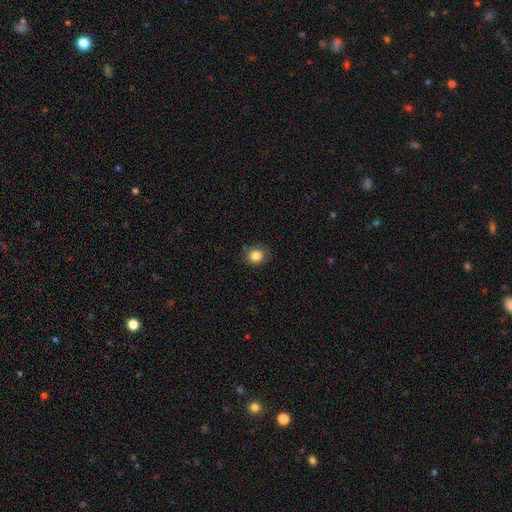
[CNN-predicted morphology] smooth_or_featured: smooth (p=0.85) [alt: star or artifact p=0.11]
how_rounded: round (p=0.75) [alt: in between p=0.25]
merging: none (p=0.81) [alt: minor disturbance p=0.15]